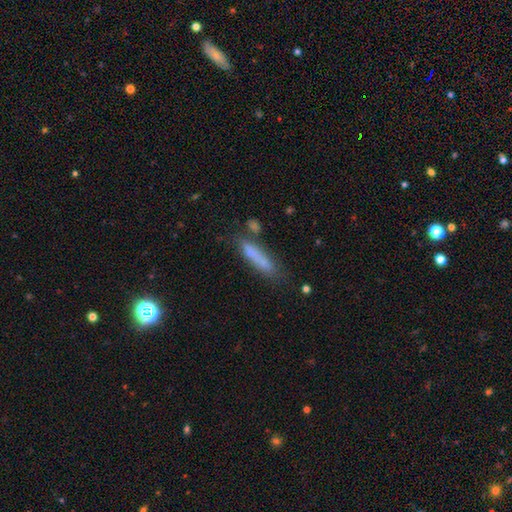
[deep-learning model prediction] Smooth or featured? Predicted: smooth (p=0.72). How rounded? Predicted: cigar-shaped (p=0.84). Merging? Predicted: none (p=0.65).